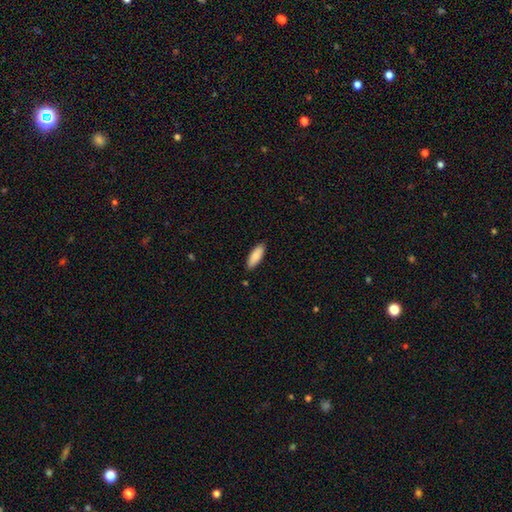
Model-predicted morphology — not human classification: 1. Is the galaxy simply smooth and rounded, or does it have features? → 87% smooth, 7% featured or disk, 6% star or artifact.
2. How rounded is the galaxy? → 65% in between, 34% cigar-shaped, 2% round.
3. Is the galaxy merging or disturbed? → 87% none, 10% minor disturbance, 2% major disturbance, 1% merger.